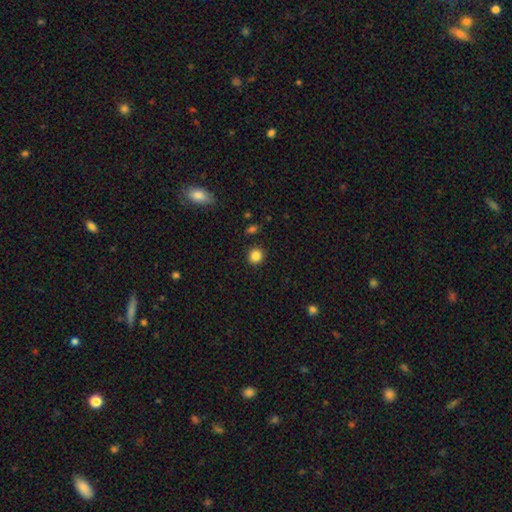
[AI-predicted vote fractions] Morphology: type=smooth (85%); roundness=round (90%); merging=none (91%).